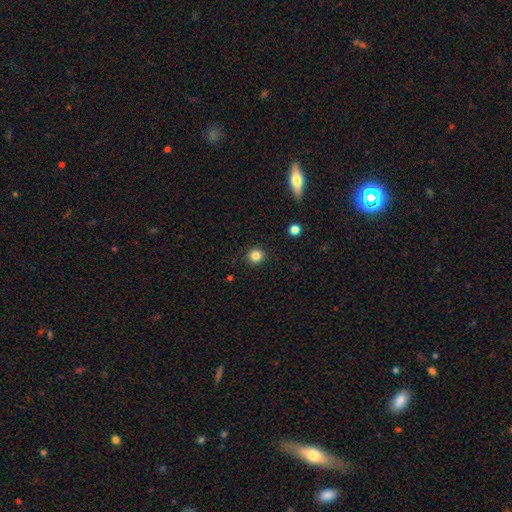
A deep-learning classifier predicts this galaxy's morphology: smooth_or_featured: smooth (p=0.84) [alt: star or artifact p=0.12]
how_rounded: round (p=0.93) [alt: in between p=0.06]
merging: none (p=0.91) [alt: minor disturbance p=0.06]